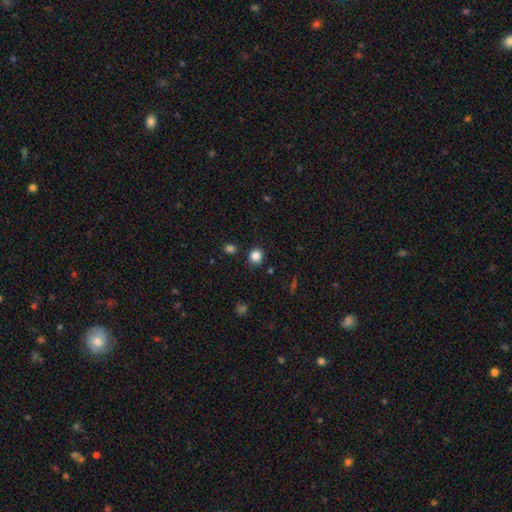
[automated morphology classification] A smooth galaxy with no disk features (84%) that is round (83%). Merging: none (88%).